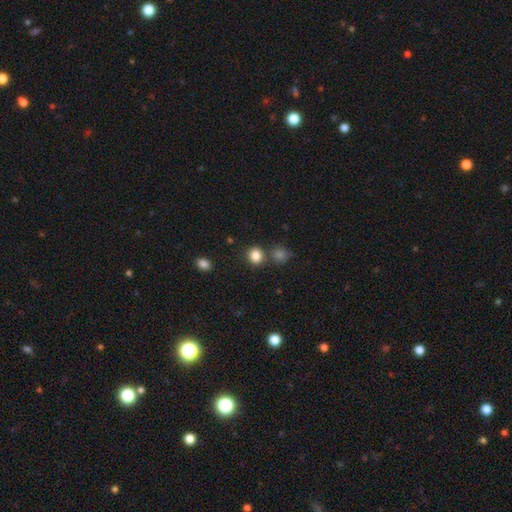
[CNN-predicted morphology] Smooth or featured? smooth (84%)
How rounded? round (83%)
Merging? none (76%)